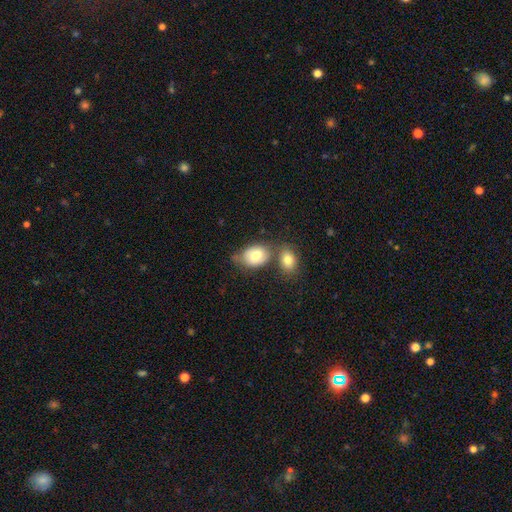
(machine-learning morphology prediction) Smooth or featured? Predicted: smooth (p=0.75). How rounded? Predicted: in between (p=0.71). Merging? Predicted: none (p=0.45).